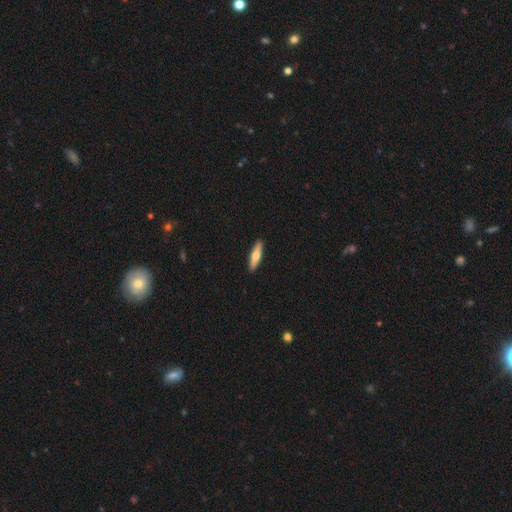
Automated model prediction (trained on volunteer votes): This appears to be a smooth galaxy with no disk features (60%) that is cigar-shaped (75%). Merging: none (92%).